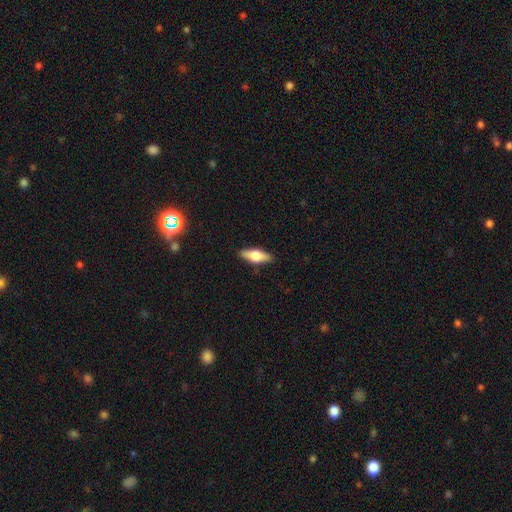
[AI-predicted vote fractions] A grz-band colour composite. It shows a smooth galaxy with no disk features (56%) that is in between round and cigar-shaped (68%). Merging: none (88%).